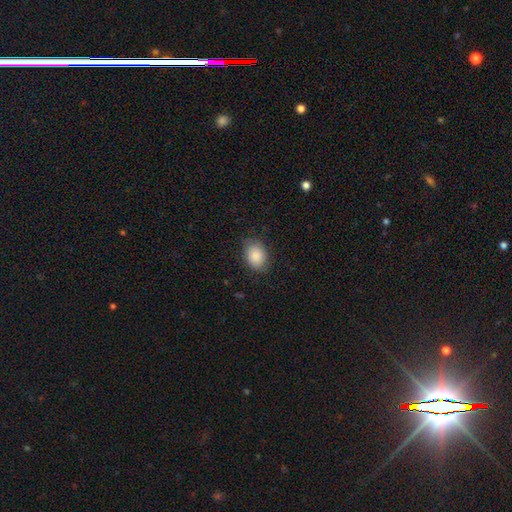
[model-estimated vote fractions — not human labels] Smooth or featured: smooth — 88% (star or artifact — 7%)
How rounded: in between — 71% (round — 28%)
Merging: none — 79% (minor disturbance — 16%)